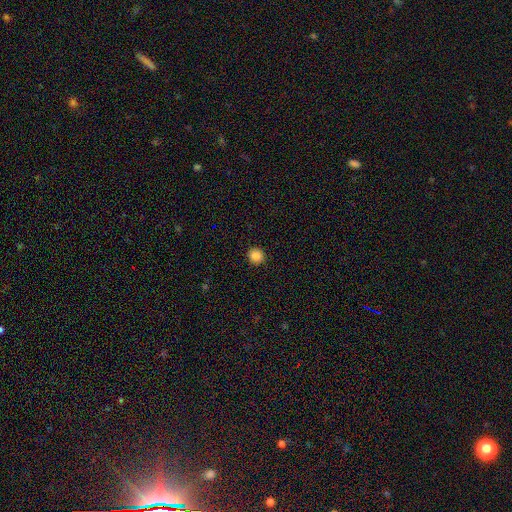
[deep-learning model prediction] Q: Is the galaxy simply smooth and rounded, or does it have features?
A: smooth — 86%.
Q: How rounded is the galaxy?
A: round — 93%.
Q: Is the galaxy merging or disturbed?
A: none — 92%.